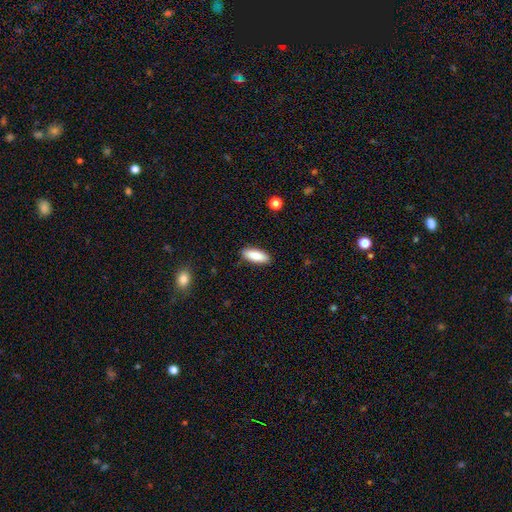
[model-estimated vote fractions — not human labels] Morphology: type=smooth (87%); roundness=in between (69%); merging=none (88%).